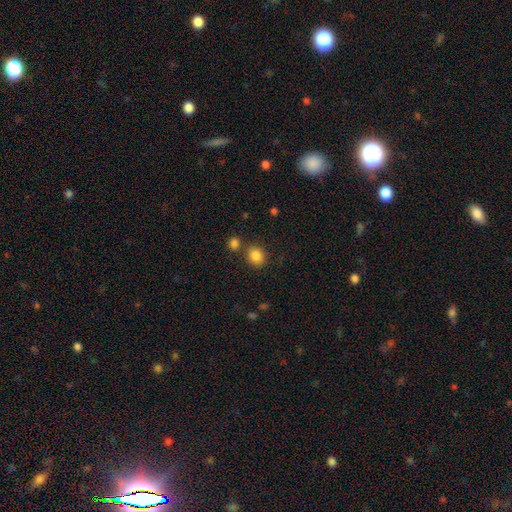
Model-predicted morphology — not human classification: Overall: smooth (85%). How rounded: round (61%; in between 38%). Merging: none (75%).